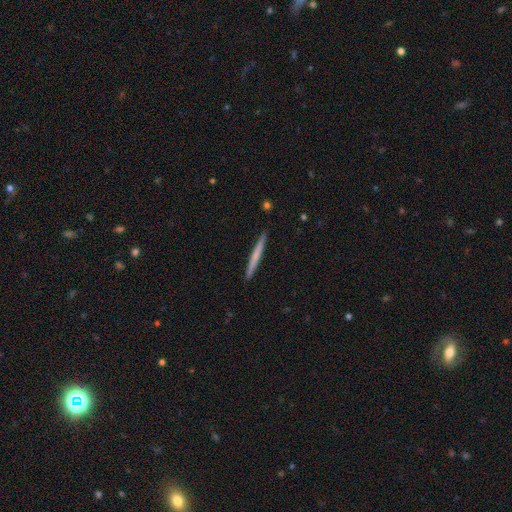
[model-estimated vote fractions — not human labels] smooth-or-featured: smooth: 61% | featured or disk: 34% | star or artifact: 5%
  how-rounded: cigar-shaped: 97% | in between: 2% | round: 1%
  merging: none: 93% | minor disturbance: 5% | major disturbance: 1% | merger: 1%